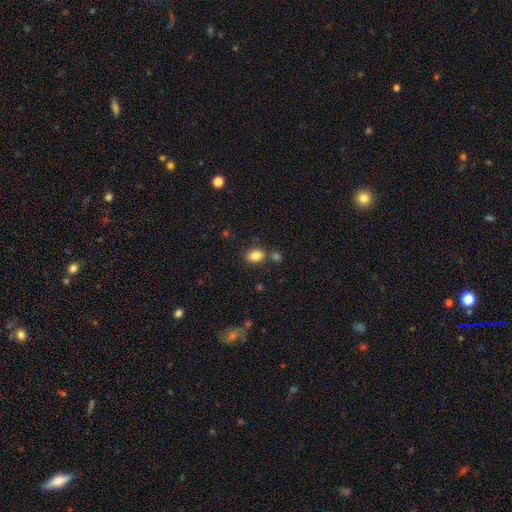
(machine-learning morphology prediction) Smooth or featured? Predicted: smooth (p=0.85). How rounded? Predicted: in between (p=0.68). Merging? Predicted: none (p=0.71).